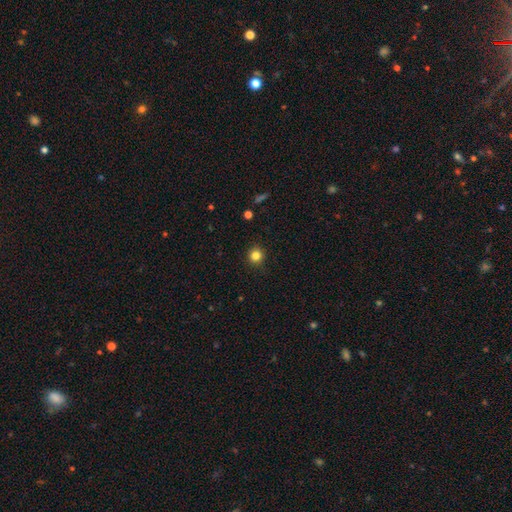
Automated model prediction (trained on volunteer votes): smooth-or-featured: smooth: 83% | star or artifact: 13% | featured or disk: 5%
  how-rounded: round: 94% | in between: 5% | cigar-shaped: 1%
  merging: none: 91% | minor disturbance: 6% | major disturbance: 2% | merger: 1%